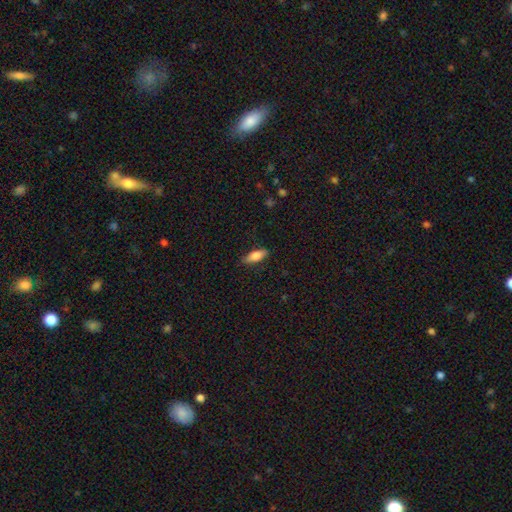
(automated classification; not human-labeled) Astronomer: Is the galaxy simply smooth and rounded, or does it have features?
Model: smooth — 81%.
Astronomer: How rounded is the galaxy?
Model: in between — 75%.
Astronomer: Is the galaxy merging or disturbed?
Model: none — 85%.